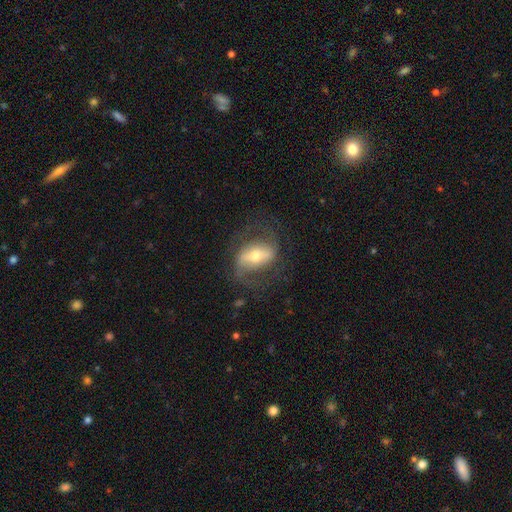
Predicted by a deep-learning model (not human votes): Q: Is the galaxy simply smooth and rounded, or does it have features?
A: featured or disk — 74%.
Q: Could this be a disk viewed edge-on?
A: no — 94%.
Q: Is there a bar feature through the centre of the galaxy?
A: strong — 46%.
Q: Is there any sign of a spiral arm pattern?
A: yes — 85%.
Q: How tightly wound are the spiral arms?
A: medium — 45%.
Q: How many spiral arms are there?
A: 2 — 84%.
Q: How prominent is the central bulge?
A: moderate — 61%.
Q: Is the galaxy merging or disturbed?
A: none — 65%.